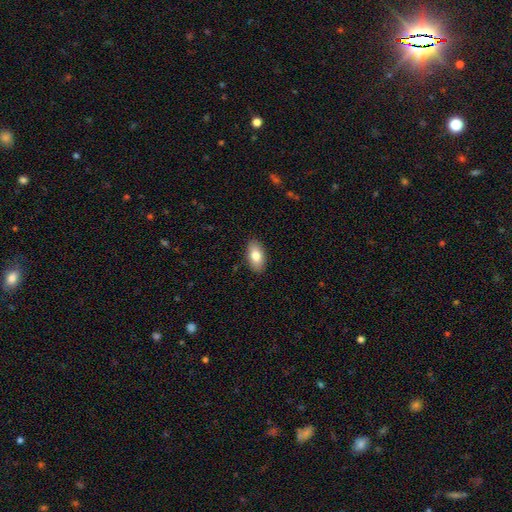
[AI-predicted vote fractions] Smooth or featured: smooth — 80% (featured or disk — 13%)
How rounded: in between — 93% (round — 4%)
Merging: none — 89% (minor disturbance — 9%)